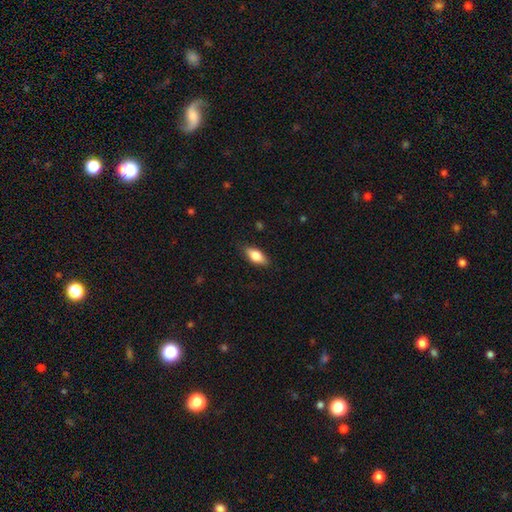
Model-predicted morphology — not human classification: smooth_or_featured: smooth (p=0.76) [alt: featured or disk p=0.17]
how_rounded: in between (p=0.83) [alt: cigar-shaped p=0.14]
merging: none (p=0.85) [alt: minor disturbance p=0.12]